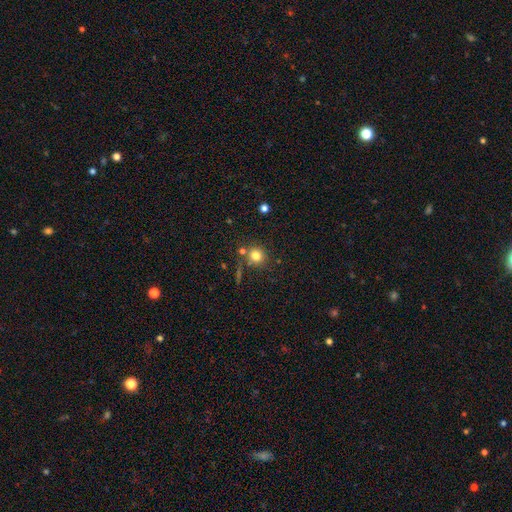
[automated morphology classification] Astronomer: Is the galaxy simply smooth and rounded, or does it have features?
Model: smooth — 79%.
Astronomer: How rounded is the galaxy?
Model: round — 90%.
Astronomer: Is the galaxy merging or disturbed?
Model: none — 71%.